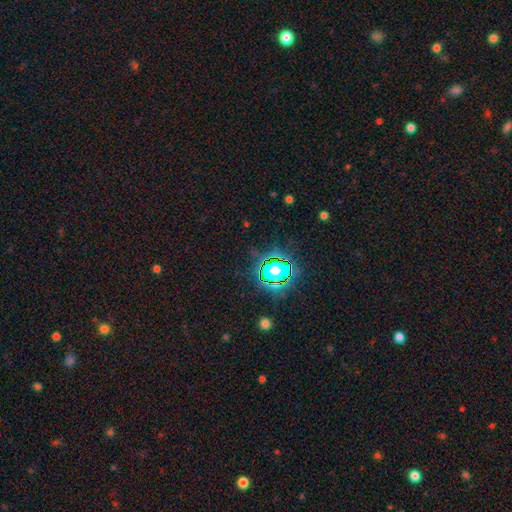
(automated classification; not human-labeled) Smooth or featured? star or artifact (83%)